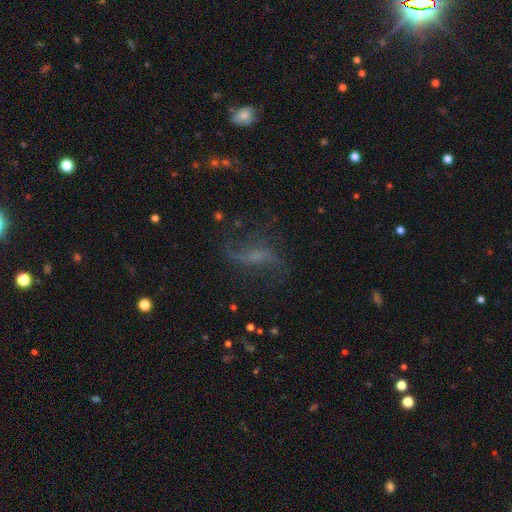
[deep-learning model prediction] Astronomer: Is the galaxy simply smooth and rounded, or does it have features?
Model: featured or disk — 64%.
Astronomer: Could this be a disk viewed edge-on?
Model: no — 89%.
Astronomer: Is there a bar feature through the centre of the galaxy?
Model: weak — 40% (runner-up: no, 39%).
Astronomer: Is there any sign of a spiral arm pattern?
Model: yes — 83%.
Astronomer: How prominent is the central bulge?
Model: small — 43% (runner-up: none, 35%).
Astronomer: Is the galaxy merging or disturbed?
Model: none — 61%.